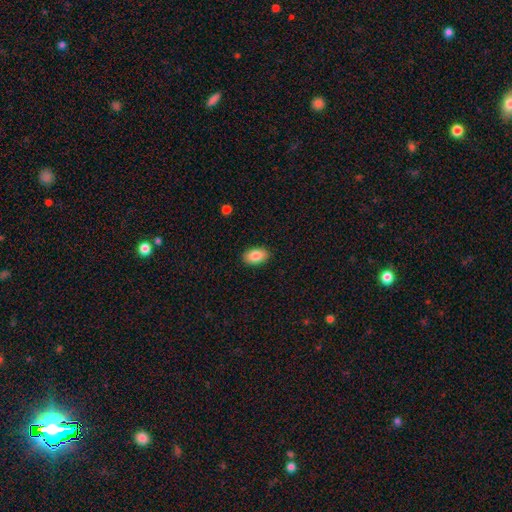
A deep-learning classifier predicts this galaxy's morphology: smooth-or-featured: smooth: 86% | star or artifact: 7% | featured or disk: 7%
  how-rounded: in between: 92% | round: 6% | cigar-shaped: 1%
  merging: none: 89% | minor disturbance: 8% | major disturbance: 2% | merger: 1%